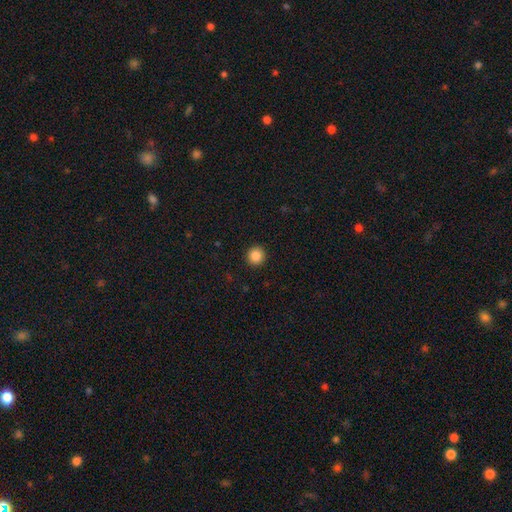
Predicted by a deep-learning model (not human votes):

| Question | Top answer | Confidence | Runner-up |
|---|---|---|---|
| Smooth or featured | smooth | 86% | star or artifact (10%) |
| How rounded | round | 95% | in between (4%) |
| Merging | none | 93% | minor disturbance (4%) |